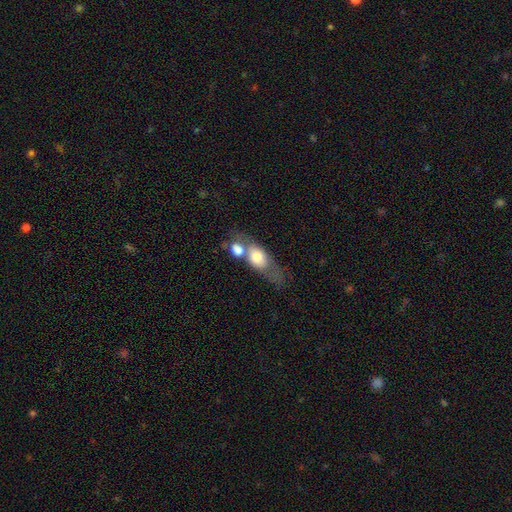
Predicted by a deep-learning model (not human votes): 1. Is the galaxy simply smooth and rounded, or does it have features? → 65% smooth, 29% featured or disk, 7% star or artifact.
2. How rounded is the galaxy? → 66% in between, 18% round, 16% cigar-shaped.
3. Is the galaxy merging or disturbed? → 59% merger, 24% none, 10% minor disturbance, 7% major disturbance.